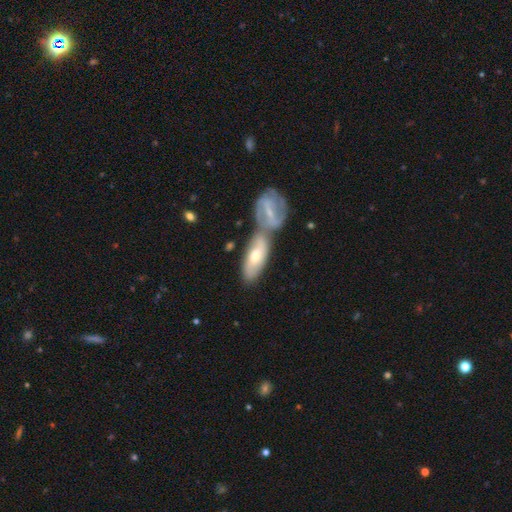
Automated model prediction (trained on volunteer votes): Smooth or featured?
  - featured or disk: 49% *
  - smooth: 46%
  - star or artifact: 5%
Merging?
  - merger: 55% *
  - none: 32%
  - minor disturbance: 10%
  - major disturbance: 4%